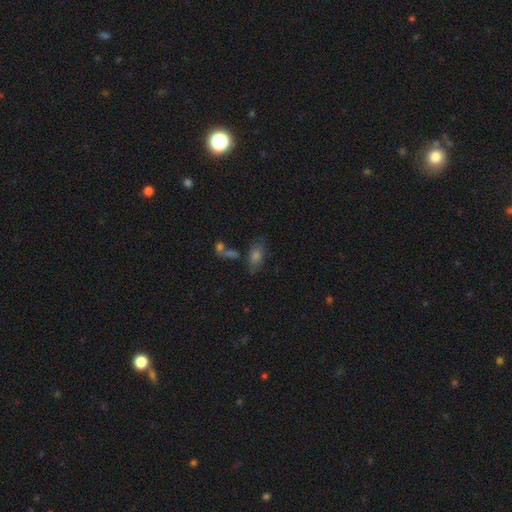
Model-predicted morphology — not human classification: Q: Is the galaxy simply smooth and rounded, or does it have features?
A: smooth — 59%.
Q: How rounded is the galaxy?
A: in between — 81%.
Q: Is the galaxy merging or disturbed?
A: none — 63%.